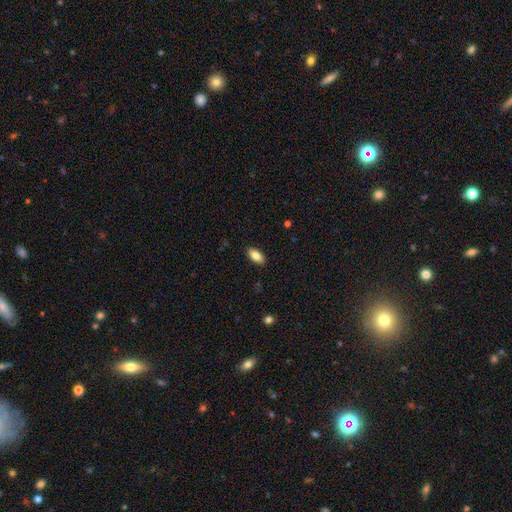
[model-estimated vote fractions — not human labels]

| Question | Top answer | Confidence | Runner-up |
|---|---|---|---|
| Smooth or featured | smooth | 83% | featured or disk (10%) |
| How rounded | in between | 90% | cigar-shaped (7%) |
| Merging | none | 89% | minor disturbance (8%) |